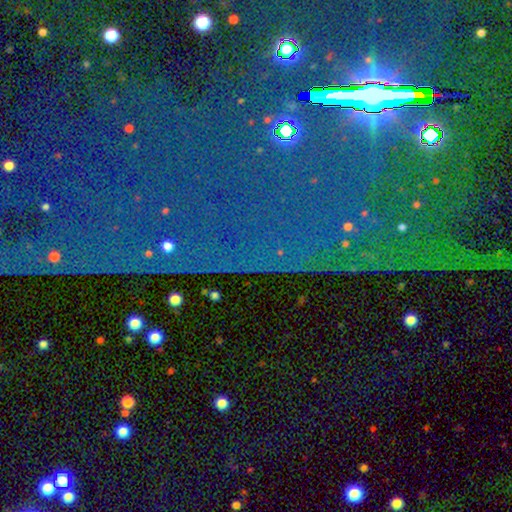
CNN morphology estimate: smooth-or-featured: star or artifact: 85% | featured or disk: 8% | smooth: 7%